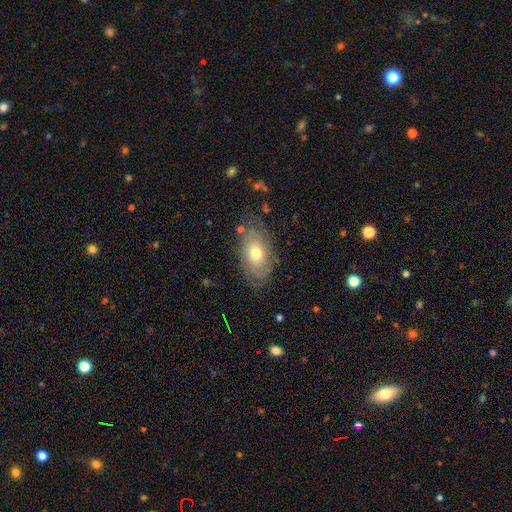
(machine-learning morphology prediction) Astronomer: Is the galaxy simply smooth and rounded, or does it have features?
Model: featured or disk — 65%.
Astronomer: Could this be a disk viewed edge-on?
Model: no — 91%.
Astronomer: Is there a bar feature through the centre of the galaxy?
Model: no — 82%.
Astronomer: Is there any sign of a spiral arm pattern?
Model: yes — 77%.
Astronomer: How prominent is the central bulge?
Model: moderate — 69%.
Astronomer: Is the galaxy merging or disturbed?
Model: none — 77%.